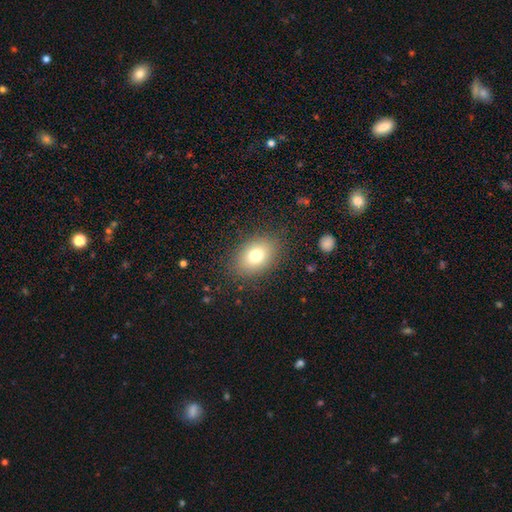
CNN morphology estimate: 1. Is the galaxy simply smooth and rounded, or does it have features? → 76% smooth, 13% featured or disk, 11% star or artifact.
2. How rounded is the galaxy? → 76% in between, 22% round, 1% cigar-shaped.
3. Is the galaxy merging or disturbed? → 85% none, 10% minor disturbance, 4% major disturbance, 1% merger.